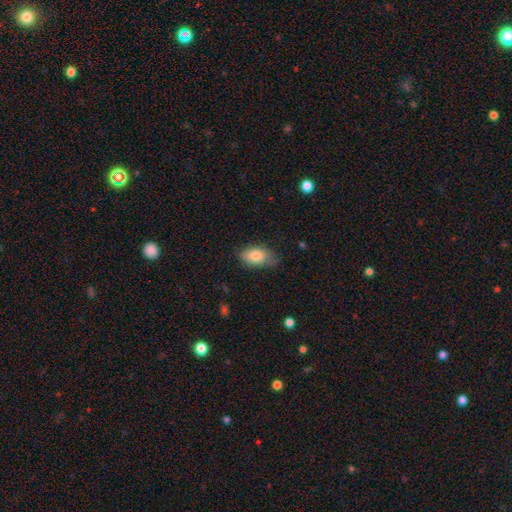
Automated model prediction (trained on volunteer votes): smooth 81%, featured or disk 11%, star or artifact 7%. Down the decision tree: how rounded — in between (90%); merging — none (66%).